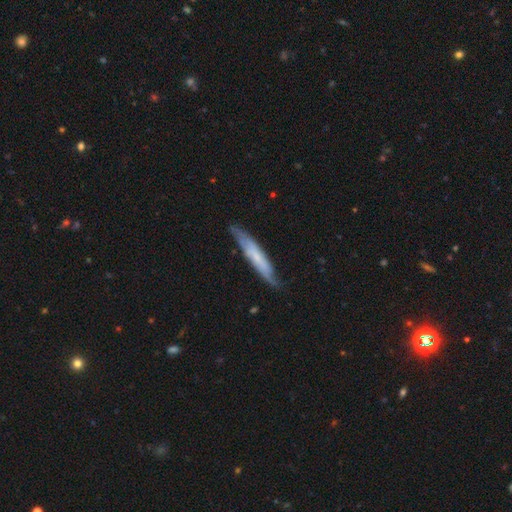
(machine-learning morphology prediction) type=featured or disk (49%); merging=none (75%).